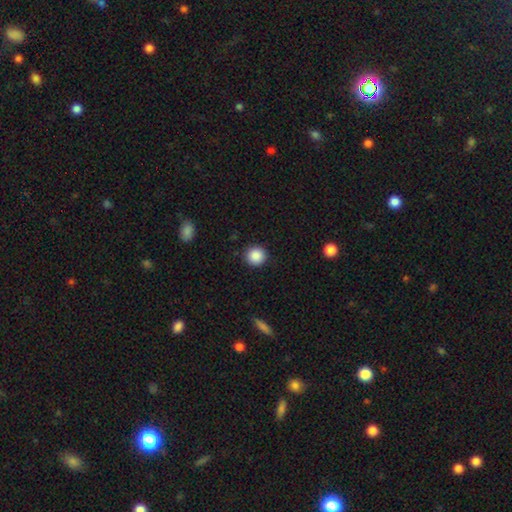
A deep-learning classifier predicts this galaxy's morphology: type=smooth (88%); roundness=round (94%); merging=none (91%).